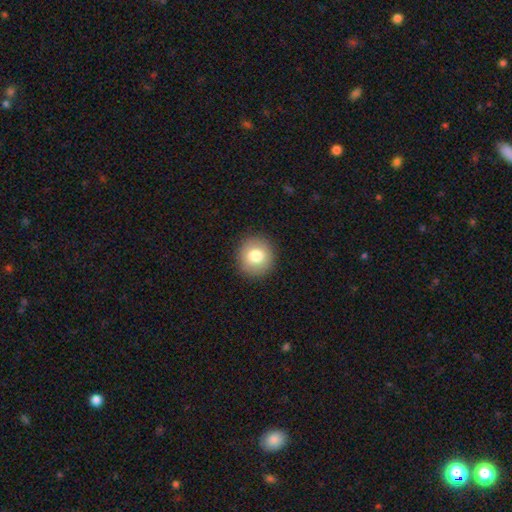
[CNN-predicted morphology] Smooth or featured: smooth — 81% (featured or disk — 10%)
How rounded: round — 91% (in between — 8%)
Merging: none — 91% (minor disturbance — 6%)